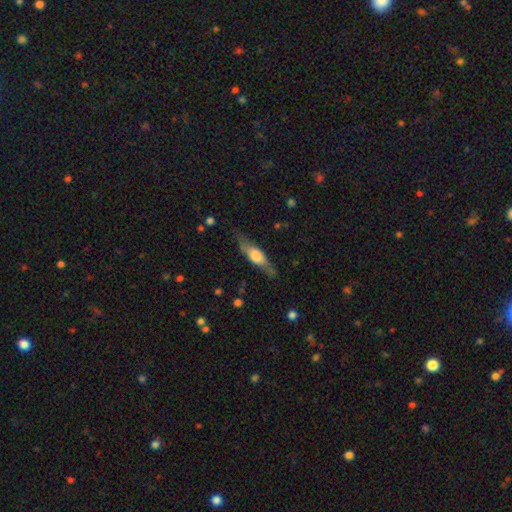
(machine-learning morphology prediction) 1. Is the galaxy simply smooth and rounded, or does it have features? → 51% featured or disk, 43% smooth, 6% star or artifact.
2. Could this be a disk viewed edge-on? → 84% yes, 16% no.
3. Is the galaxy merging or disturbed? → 76% none, 17% minor disturbance, 5% major disturbance, 2% merger.